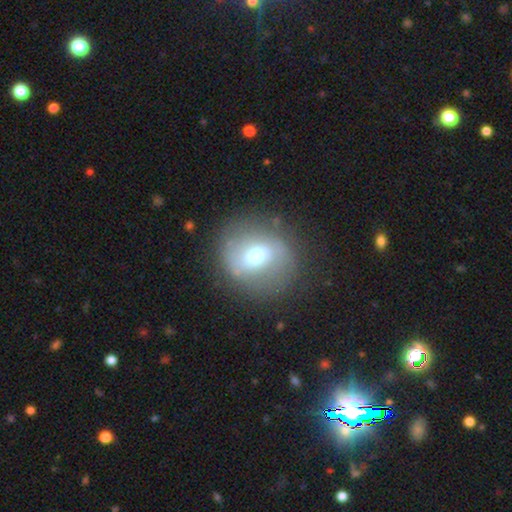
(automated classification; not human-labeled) A smooth galaxy with no disk features (50%).

Vote fractions:
- Smooth or featured? smooth: 50% / featured or disk: 40% / star or artifact: 11%
- Merging? none: 76% / minor disturbance: 14% / major disturbance: 8% / merger: 2%